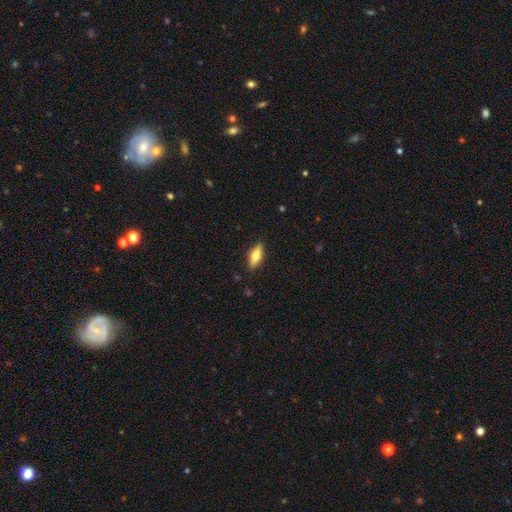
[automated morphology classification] smooth-or-featured: smooth: 59% | featured or disk: 34% | star or artifact: 6%
  how-rounded: in between: 65% | cigar-shaped: 32% | round: 3%
  merging: none: 87% | minor disturbance: 10% | major disturbance: 2% | merger: 1%